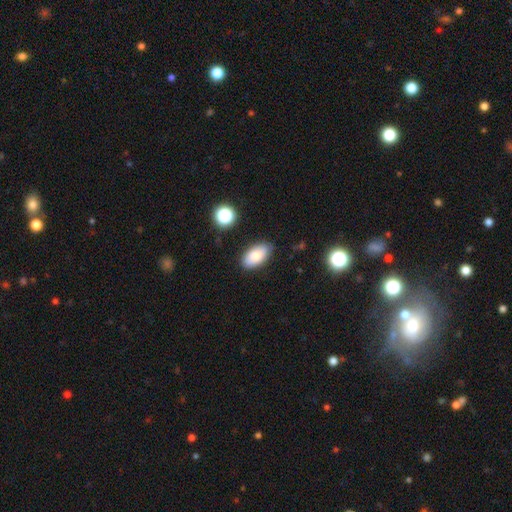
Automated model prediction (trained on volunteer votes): smooth_or_featured: smooth (p=0.80) [alt: featured or disk p=0.12]
how_rounded: in between (p=0.93) [alt: round p=0.04]
merging: none (p=0.82) [alt: minor disturbance p=0.13]